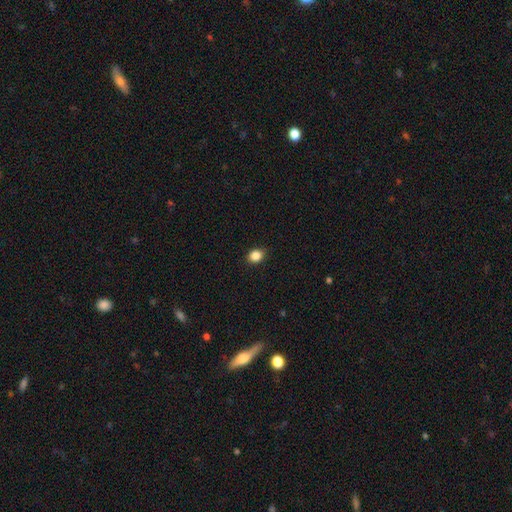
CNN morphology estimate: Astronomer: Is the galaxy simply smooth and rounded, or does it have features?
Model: smooth — 86%.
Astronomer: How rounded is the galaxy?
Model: round — 62% (runner-up: in between, 37%).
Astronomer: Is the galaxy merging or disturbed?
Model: none — 89%.